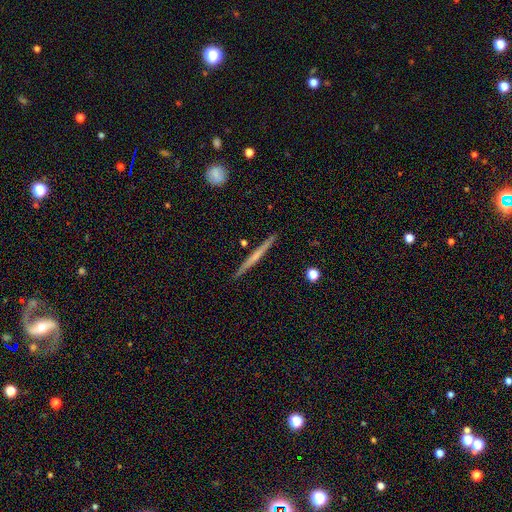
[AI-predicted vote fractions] This appears to be a featured or disk galaxy (52%) viewed edge-on (98%) with no central bulge (81%). Merging: none (91%).